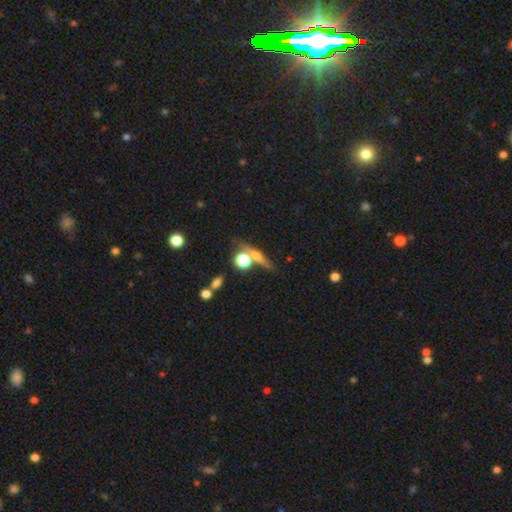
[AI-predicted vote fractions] smooth 43%, featured or disk 40%, star or artifact 17%. Down the decision tree: merging — none (63%).